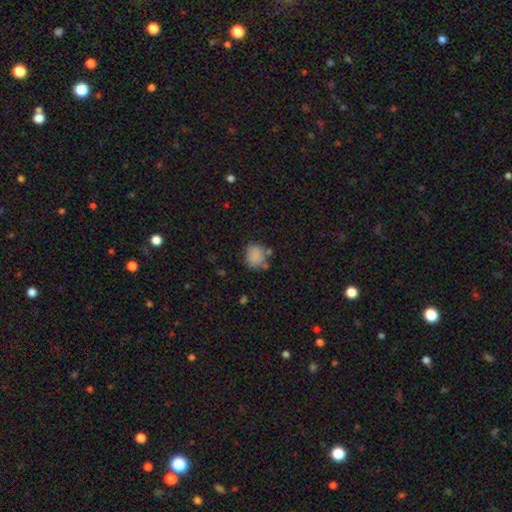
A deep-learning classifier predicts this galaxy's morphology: Smooth or featured: smooth — 81% (star or artifact — 10%)
How rounded: round — 61% (in between — 38%)
Merging: none — 62% (minor disturbance — 22%)